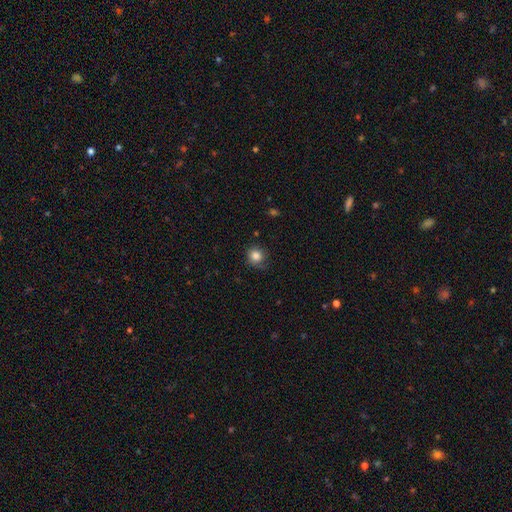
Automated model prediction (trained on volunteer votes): This appears to be a smooth galaxy with no disk features (84%) that is round (88%). Merging: none (75%).